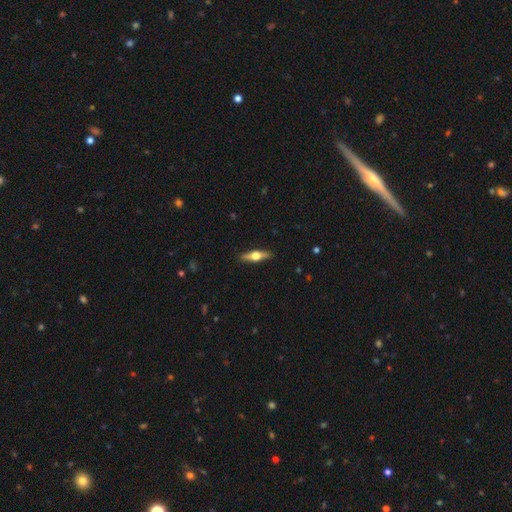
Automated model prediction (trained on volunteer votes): This appears to be a featured or disk galaxy (57%) viewed edge-on (94%) with a rounded central bulge (95%). Merging: none (91%).